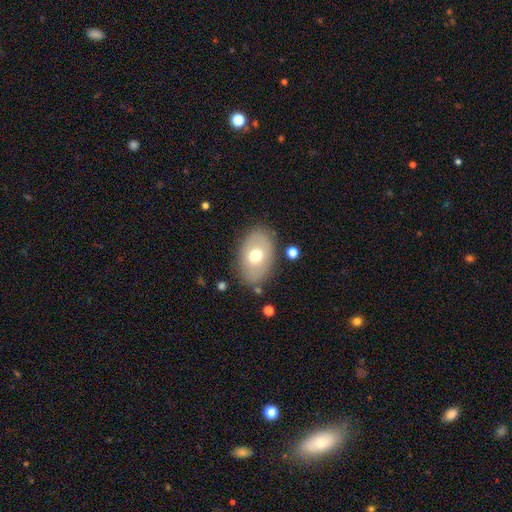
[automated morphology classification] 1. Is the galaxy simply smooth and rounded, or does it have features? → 63% smooth, 29% featured or disk, 8% star or artifact.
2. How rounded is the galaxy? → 87% in between, 12% round, 1% cigar-shaped.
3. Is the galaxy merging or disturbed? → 81% none, 13% minor disturbance, 4% major disturbance, 2% merger.